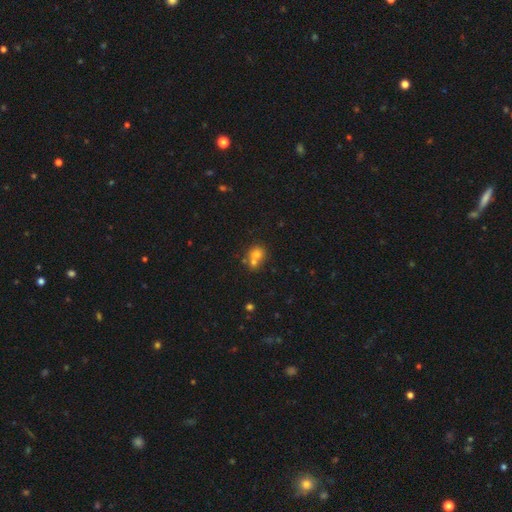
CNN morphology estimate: This appears to be a smooth galaxy with no disk features (70%) that is round (74%). Merging: merger (51%).